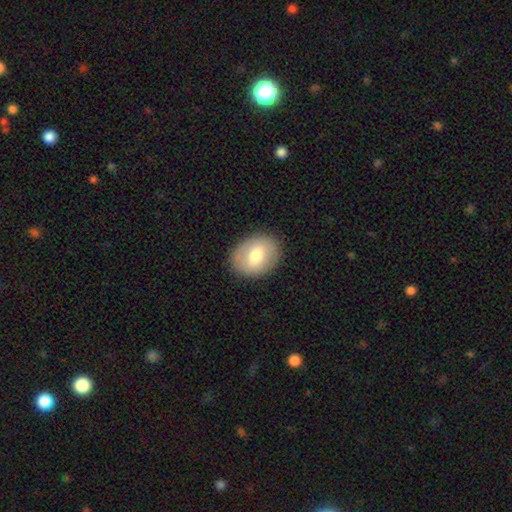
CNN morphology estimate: Smooth or featured? smooth (65%)
How rounded? in between (58%)
Merging? none (87%)